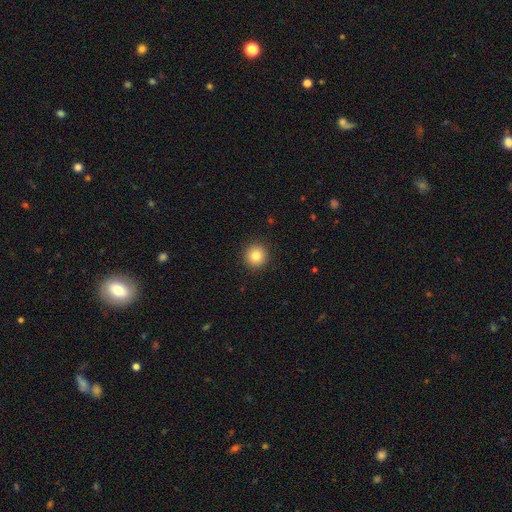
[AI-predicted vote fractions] This appears to be a smooth galaxy with no disk features (84%) that is round (94%). Merging: none (92%).